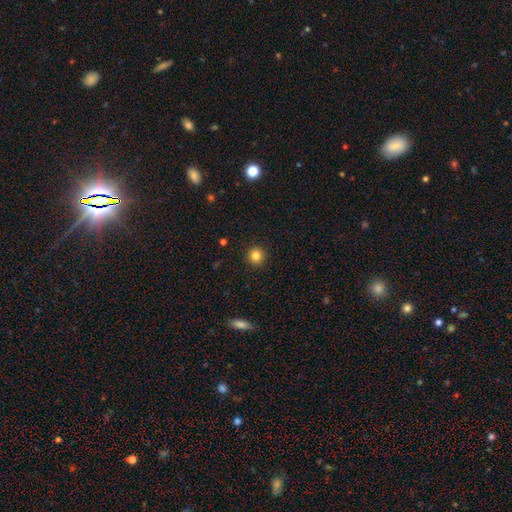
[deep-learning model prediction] A smooth galaxy with no disk features (84%) that is round (94%).

Vote fractions:
- Smooth or featured? smooth: 84% / star or artifact: 11% / featured or disk: 5%
- How rounded? round: 94% / in between: 6% / cigar-shaped: 1%
- Merging? none: 92% / minor disturbance: 5% / major disturbance: 2% / merger: 1%